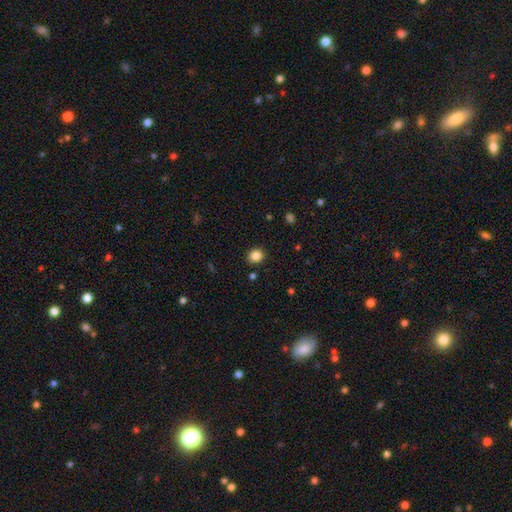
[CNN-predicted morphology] Smooth or featured: smooth — 85% (star or artifact — 11%)
How rounded: round — 78% (in between — 21%)
Merging: none — 90% (minor disturbance — 7%)